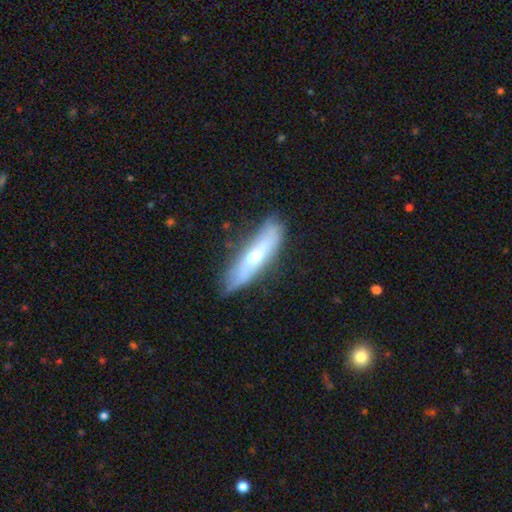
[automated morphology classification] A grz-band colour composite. It shows a smooth galaxy with no disk features (54%) that is cigar-shaped (75%). Merging: none (69%).